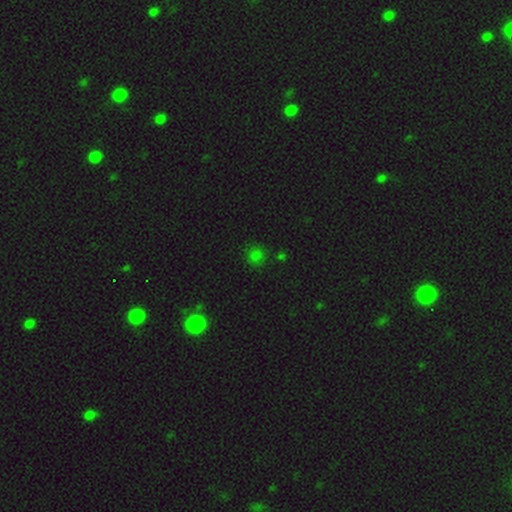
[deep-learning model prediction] Morphology: type=smooth (71%); roundness=round (87%); merging=none (83%).